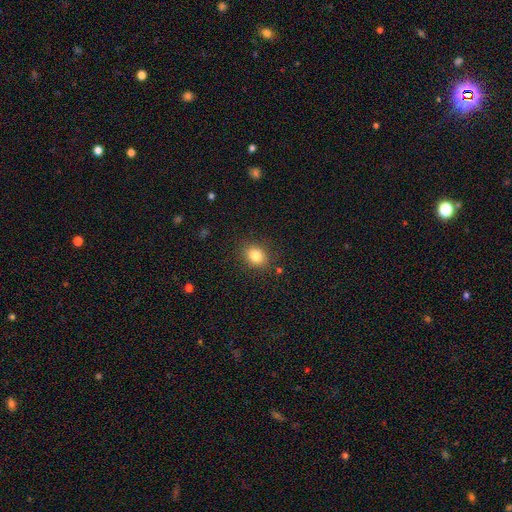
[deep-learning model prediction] Smooth or featured: smooth — 82% (star or artifact — 11%)
How rounded: in between — 54% (round — 45%)
Merging: none — 86% (minor disturbance — 10%)